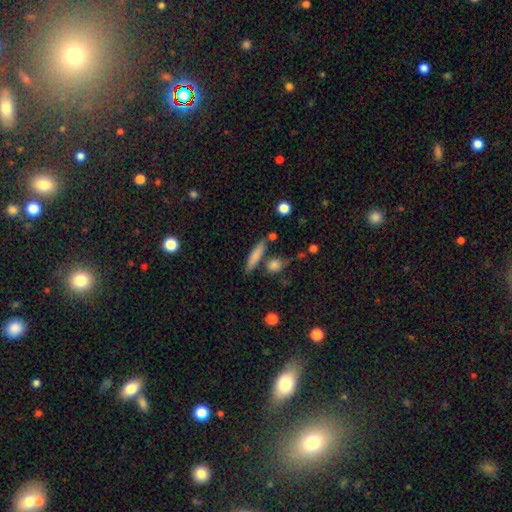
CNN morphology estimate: smooth_or_featured: smooth (p=0.77) [alt: featured or disk p=0.16]
how_rounded: cigar-shaped (p=0.79) [alt: in between p=0.17]
merging: none (p=0.76) [alt: minor disturbance p=0.11]